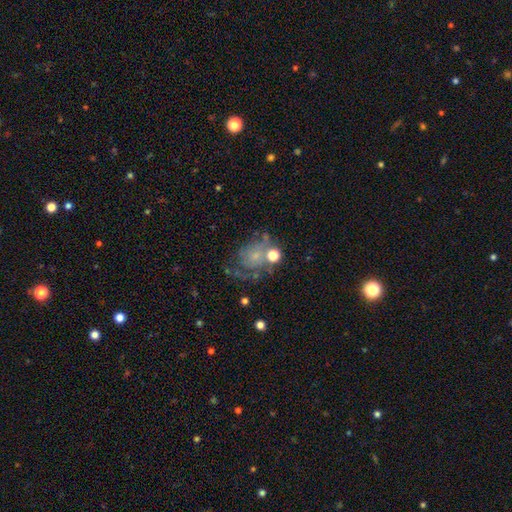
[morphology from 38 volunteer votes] smooth-or-featured: smooth: 47% | featured or disk: 45% | star or artifact: 8%
  how-rounded: round: 50% (tied) | in between: 50% (tied) | cigar-shaped: 0%
  merging: none: 43% | major disturbance: 23% | minor disturbance: 17% | merger: 17%